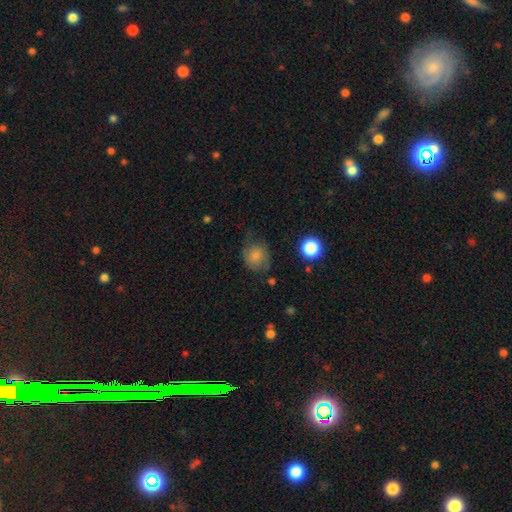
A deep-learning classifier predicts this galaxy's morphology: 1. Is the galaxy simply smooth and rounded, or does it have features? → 70% smooth, 20% featured or disk, 10% star or artifact.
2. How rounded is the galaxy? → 70% round, 29% in between, 1% cigar-shaped.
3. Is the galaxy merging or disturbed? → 51% none, 30% minor disturbance, 17% major disturbance, 2% merger.